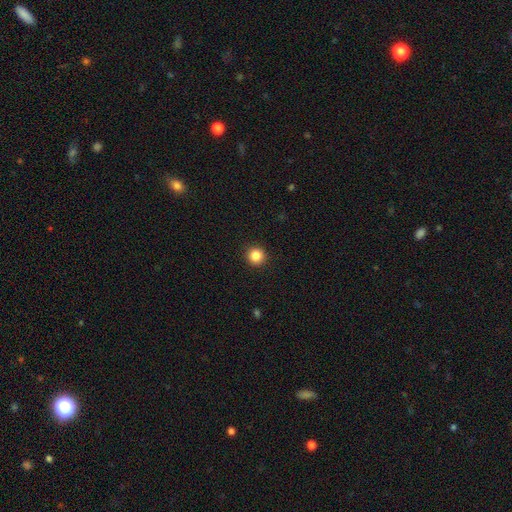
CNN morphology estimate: Q: Smooth or featured?
A: smooth (86%); runner-up: star or artifact (11%)
Q: How rounded?
A: round (95%); runner-up: in between (4%)
Q: Merging?
A: none (93%); runner-up: minor disturbance (5%)